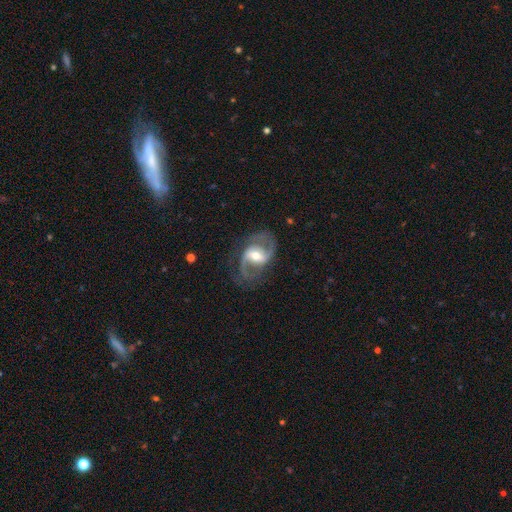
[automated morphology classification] Smooth or featured? featured or disk (89%)
Edge-on disk? no (97%)
Bar? weak (48%)
Spiral arms? yes (97%)
Spiral winding? medium (52%)
Spiral arm count? 2 (89%)
Bulge size? moderate (63%)
Merging? none (71%)